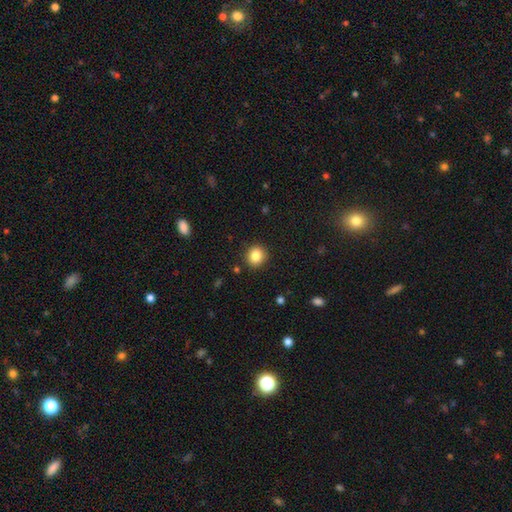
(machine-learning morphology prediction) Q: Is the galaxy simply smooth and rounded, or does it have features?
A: smooth — 85%.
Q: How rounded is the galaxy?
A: round — 88%.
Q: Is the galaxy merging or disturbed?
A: none — 90%.